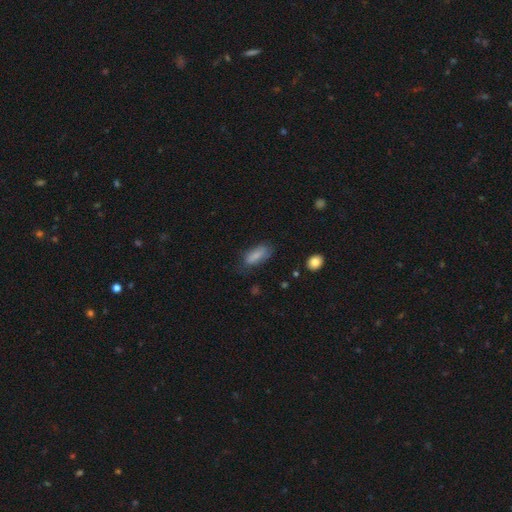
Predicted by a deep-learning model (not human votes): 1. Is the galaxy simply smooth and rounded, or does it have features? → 80% smooth, 12% featured or disk, 7% star or artifact.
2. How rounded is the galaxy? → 80% in between, 18% cigar-shaped, 3% round.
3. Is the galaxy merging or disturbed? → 63% none, 26% minor disturbance, 9% major disturbance, 2% merger.